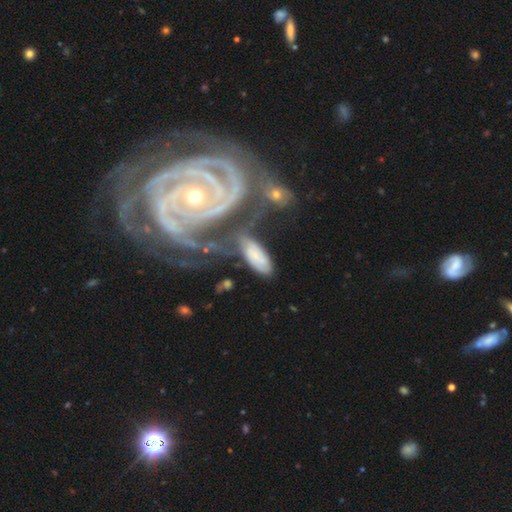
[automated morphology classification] A smooth galaxy with no disk features (48%). Merging: none (46%).